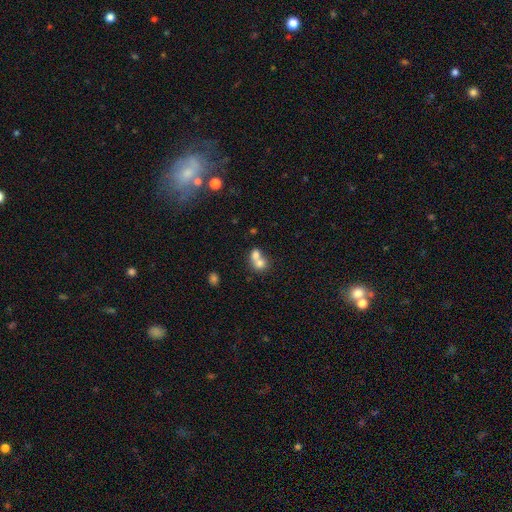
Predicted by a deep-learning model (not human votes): smooth 72%, featured or disk 18%, star or artifact 10%. Down the decision tree: how rounded — round (62%); merging — merger (71%).